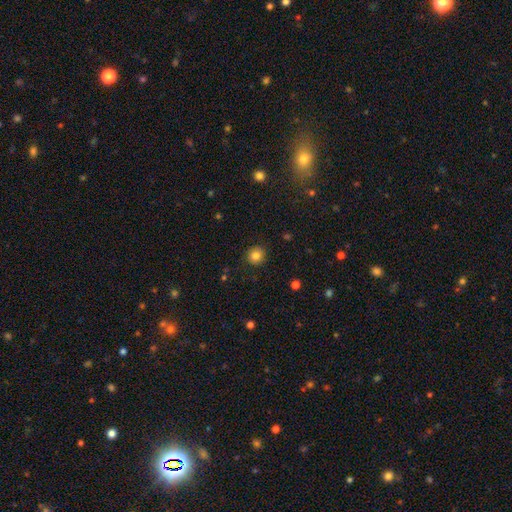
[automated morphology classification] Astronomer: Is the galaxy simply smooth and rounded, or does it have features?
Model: smooth — 83%.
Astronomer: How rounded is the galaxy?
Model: round — 90%.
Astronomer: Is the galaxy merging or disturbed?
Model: none — 90%.